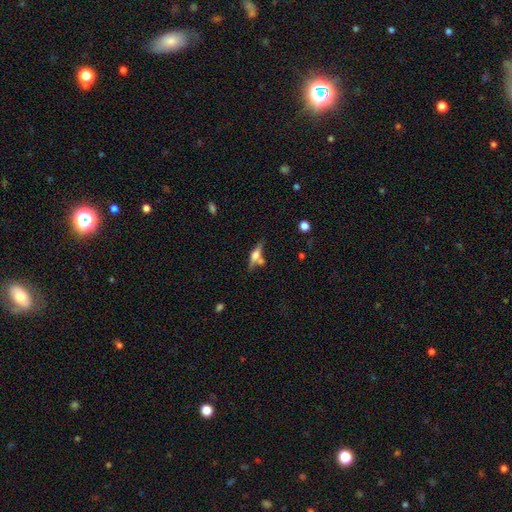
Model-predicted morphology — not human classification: This appears to be a featured or disk galaxy (52%) viewed edge-on (91%). Merging: none (60%).